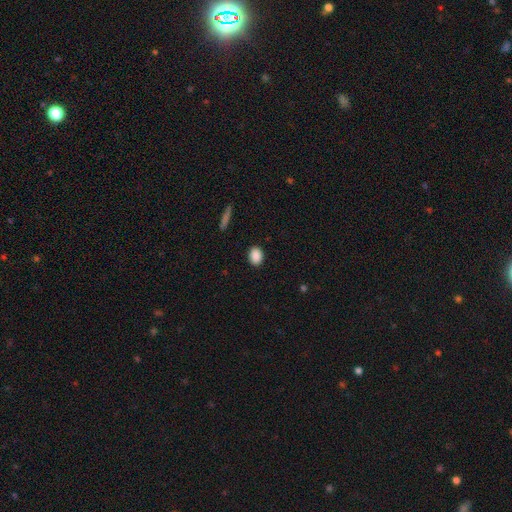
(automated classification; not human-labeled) This appears to be a smooth galaxy with no disk features (89%) that is in between round and cigar-shaped (67%). Merging: none (90%).